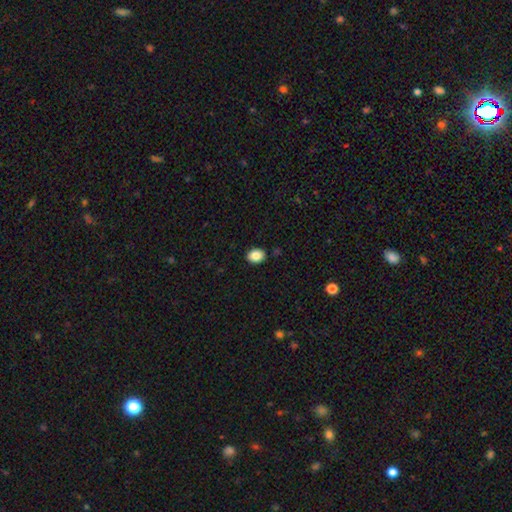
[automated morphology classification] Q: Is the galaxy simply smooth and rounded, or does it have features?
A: smooth — 87%.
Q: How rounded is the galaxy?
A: in between — 60%.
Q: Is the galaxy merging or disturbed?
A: none — 89%.